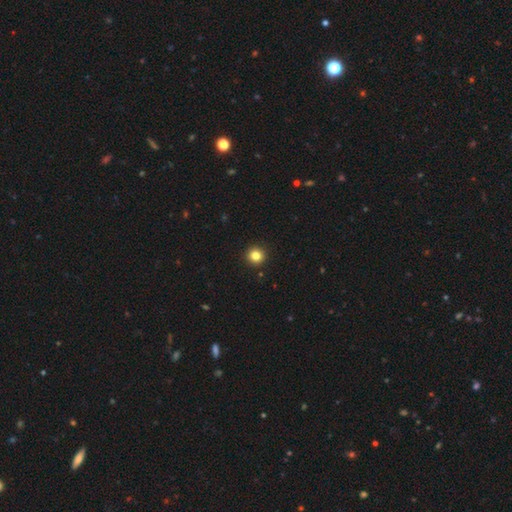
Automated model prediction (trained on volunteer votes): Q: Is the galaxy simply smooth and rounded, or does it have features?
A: smooth — 83%.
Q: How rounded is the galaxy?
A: round — 95%.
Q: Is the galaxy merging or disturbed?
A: none — 93%.